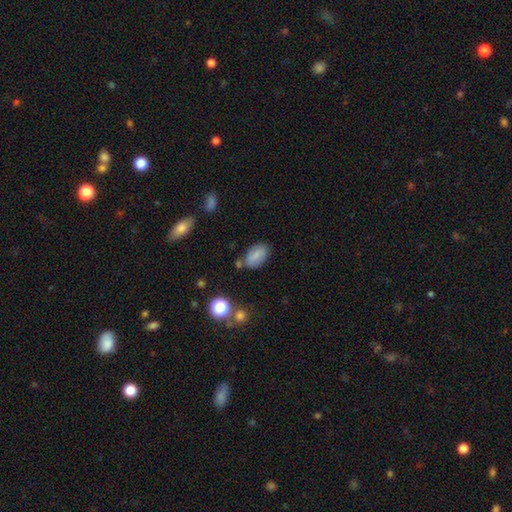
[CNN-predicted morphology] A smooth galaxy with no disk features (79%) that is in between round and cigar-shaped (91%). Merging: none (71%).